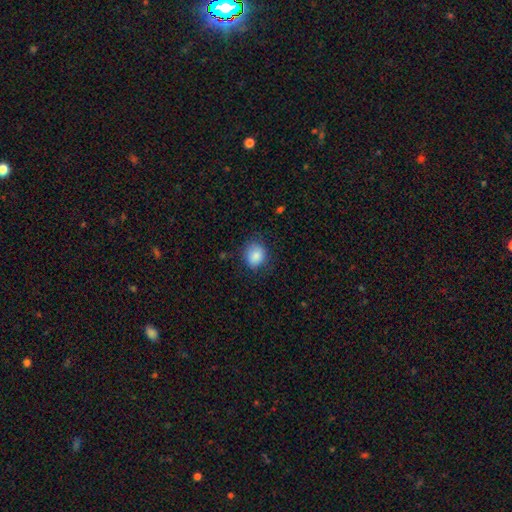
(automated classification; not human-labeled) A smooth galaxy with no disk features (86%) that is round (65%). Merging: none (76%).